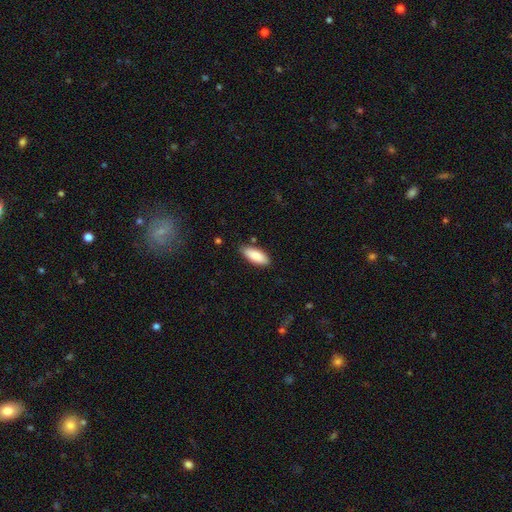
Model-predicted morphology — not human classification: type=smooth (85%); roundness=in between (81%); merging=none (84%).